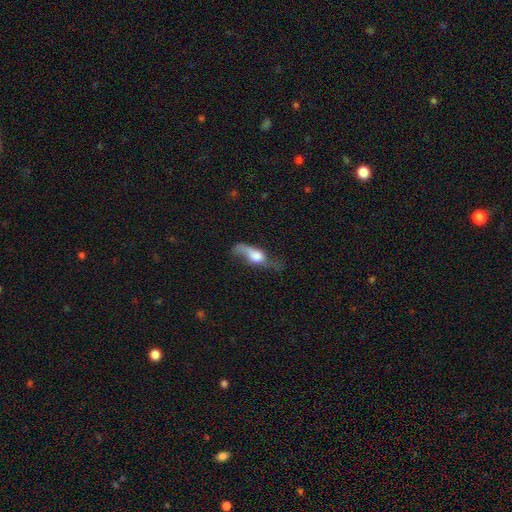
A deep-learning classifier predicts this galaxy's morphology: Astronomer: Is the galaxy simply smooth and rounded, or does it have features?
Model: featured or disk — 49% (runner-up: smooth, 42%).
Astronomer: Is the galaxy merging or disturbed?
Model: major disturbance — 37% (runner-up: none, 33%).